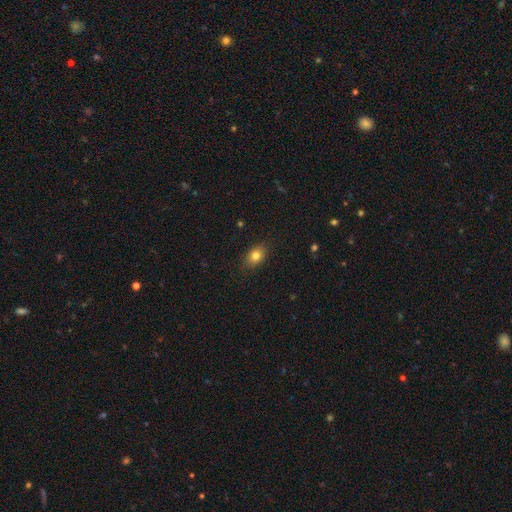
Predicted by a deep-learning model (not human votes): Smooth or featured?
  - smooth: 80% *
  - star or artifact: 10%
  - featured or disk: 10%
How rounded?
  - in between: 73% *
  - round: 24%
  - cigar-shaped: 2%
Merging?
  - none: 85% *
  - minor disturbance: 11%
  - major disturbance: 2%
  - merger: 1%